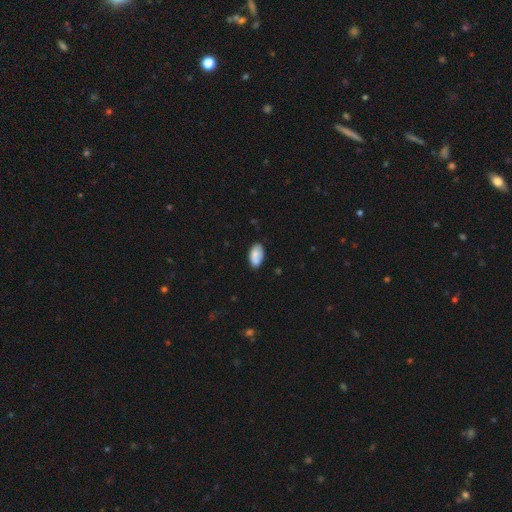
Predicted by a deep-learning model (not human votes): smooth_or_featured: smooth (p=0.76) [alt: featured or disk p=0.17]
how_rounded: in between (p=0.94) [alt: round p=0.04]
merging: none (p=0.70) [alt: minor disturbance p=0.21]